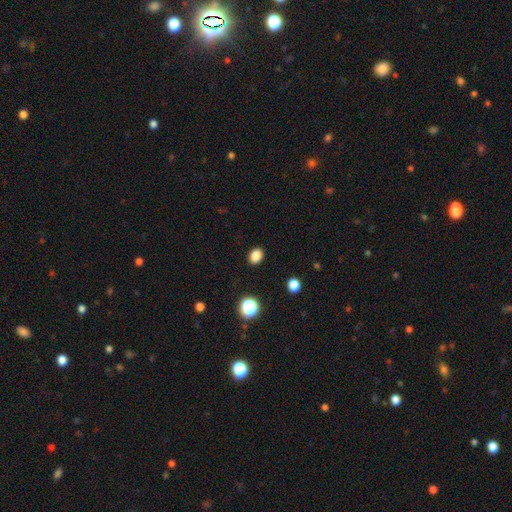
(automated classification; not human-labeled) This appears to be a smooth galaxy with no disk features (84%) that is in between round and cigar-shaped (59%). Merging: none (90%).